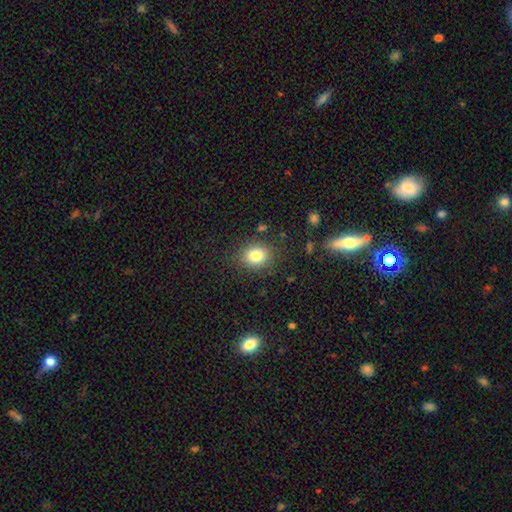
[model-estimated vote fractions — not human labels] Smooth or featured? smooth (81%)
How rounded? round (63%)
Merging? none (85%)